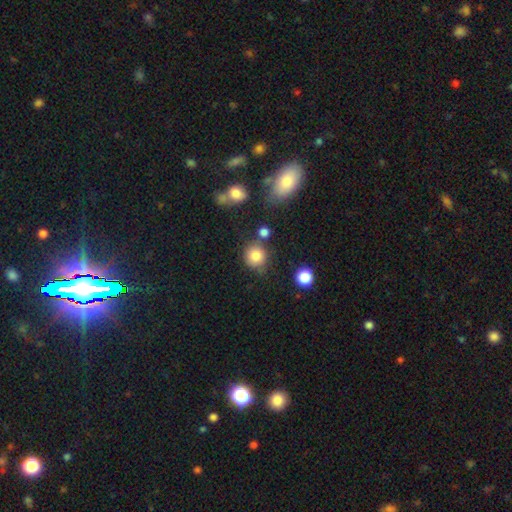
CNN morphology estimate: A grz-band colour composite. It shows a smooth galaxy with no disk features (81%) that is round (87%). Merging: none (72%).